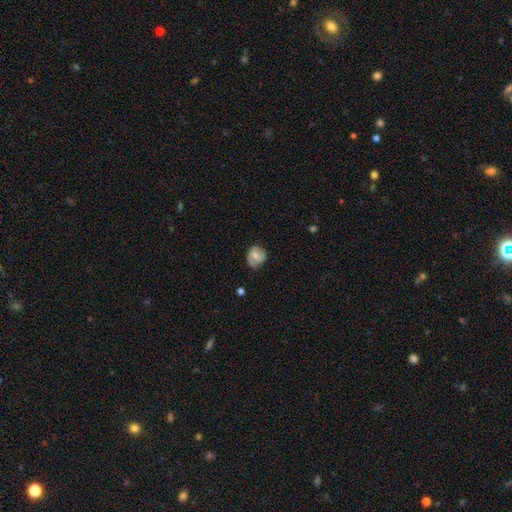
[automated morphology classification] smooth_or_featured: smooth (p=0.52) [alt: featured or disk p=0.40]
how_rounded: round (p=0.61) [alt: in between p=0.38]
merging: none (p=0.60) [alt: minor disturbance p=0.30]